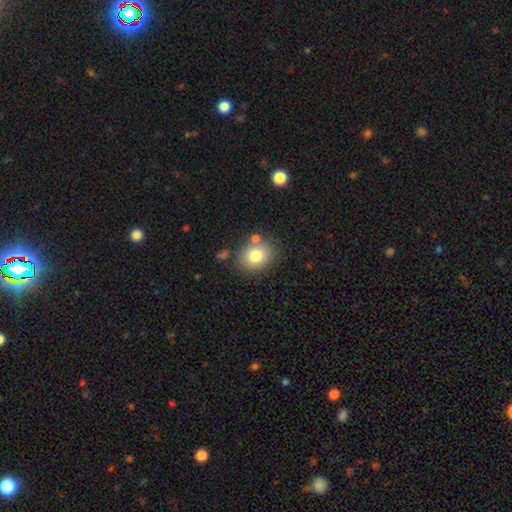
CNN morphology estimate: Smooth or featured? Predicted: smooth (p=0.79). How rounded? Predicted: round (p=0.56). Merging? Predicted: none (p=0.75).